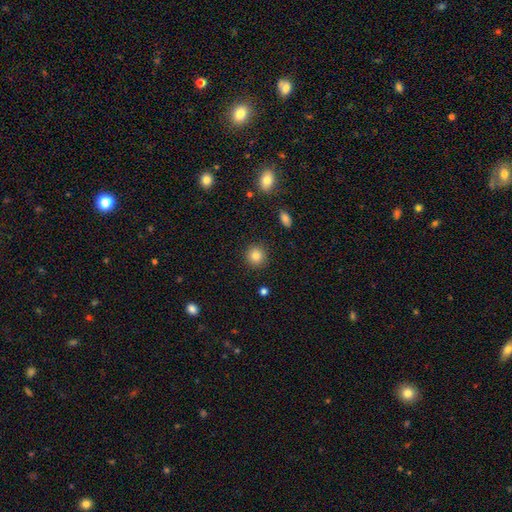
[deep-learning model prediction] Overall: smooth (84%). How rounded: round (92%). Merging: none (91%).